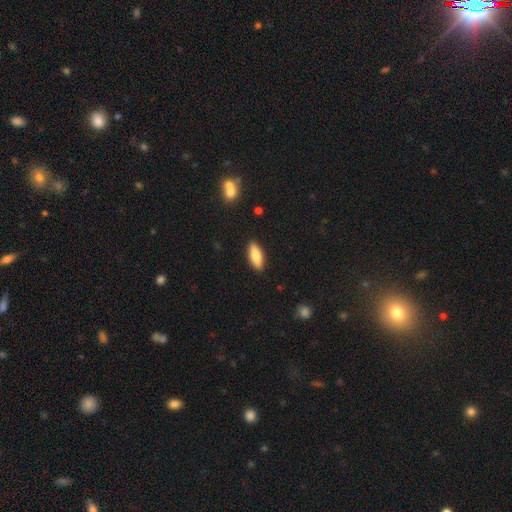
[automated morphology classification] Q: Smooth or featured?
A: smooth (75%); runner-up: featured or disk (19%)
Q: How rounded?
A: in between (56%); runner-up: cigar-shaped (42%)
Q: Merging?
A: none (88%); runner-up: minor disturbance (8%)